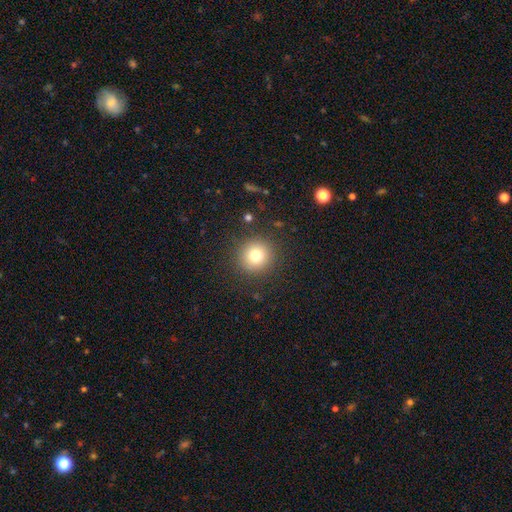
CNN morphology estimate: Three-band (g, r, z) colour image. It shows a smooth galaxy with no disk features (77%) that is round (93%). Merging: none (89%).